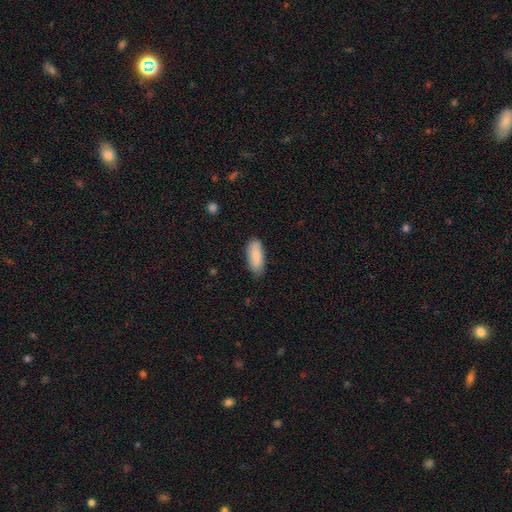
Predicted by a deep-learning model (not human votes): A smooth galaxy with no disk features (87%) that is in between round and cigar-shaped (80%).

Vote fractions:
- Smooth or featured? smooth: 87% / featured or disk: 7% / star or artifact: 6%
- How rounded? in between: 80% / cigar-shaped: 18% / round: 2%
- Merging? none: 80% / minor disturbance: 16% / major disturbance: 3% / merger: 1%